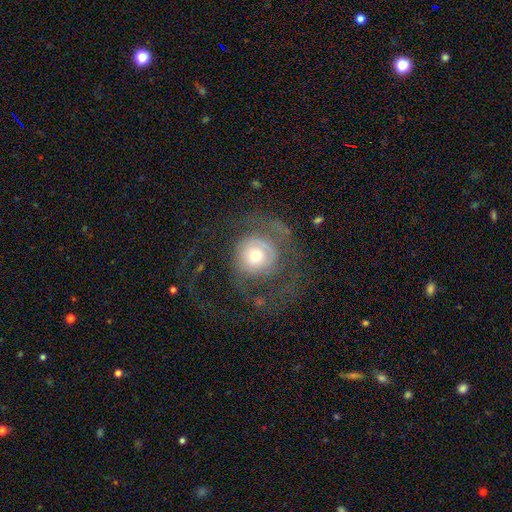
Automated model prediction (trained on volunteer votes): smooth_or_featured: featured or disk (p=0.51) [alt: smooth p=0.41]
disk_edge_on: no (p=0.96) [alt: yes p=0.04]
merging: none (p=0.44) [alt: major disturbance p=0.38]